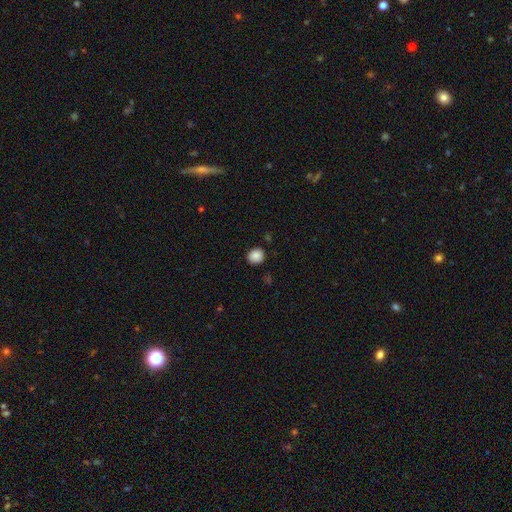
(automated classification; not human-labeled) smooth_or_featured: smooth (p=0.88) [alt: star or artifact p=0.09]
how_rounded: round (p=0.68) [alt: in between p=0.31]
merging: none (p=0.87) [alt: minor disturbance p=0.09]